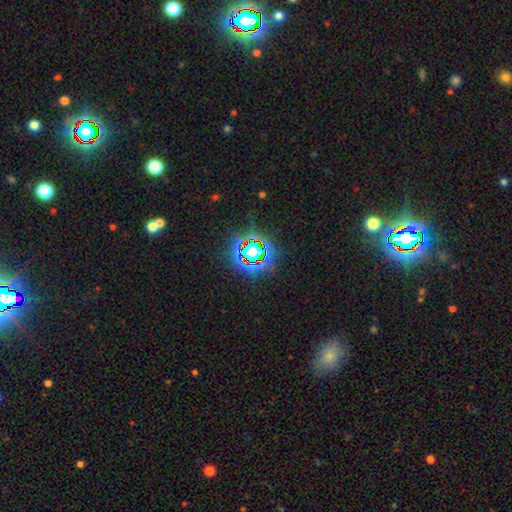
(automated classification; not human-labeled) A star or artifact, not a galaxy (71%).

Vote fractions:
- Smooth or featured? star or artifact: 71% / smooth: 18% / featured or disk: 10%